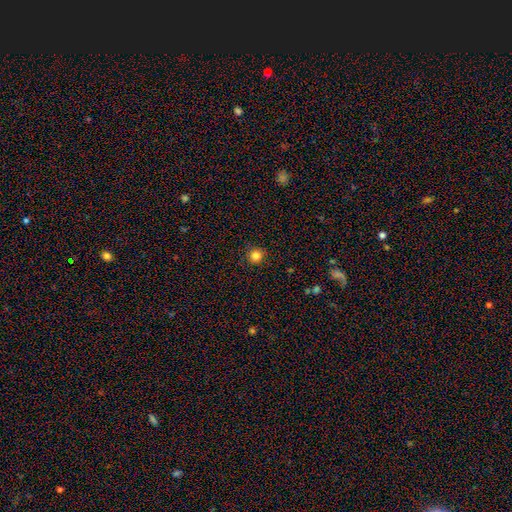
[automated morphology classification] Q: Smooth or featured?
A: smooth (84%); runner-up: star or artifact (12%)
Q: How rounded?
A: round (92%); runner-up: in between (7%)
Q: Merging?
A: none (91%); runner-up: minor disturbance (6%)